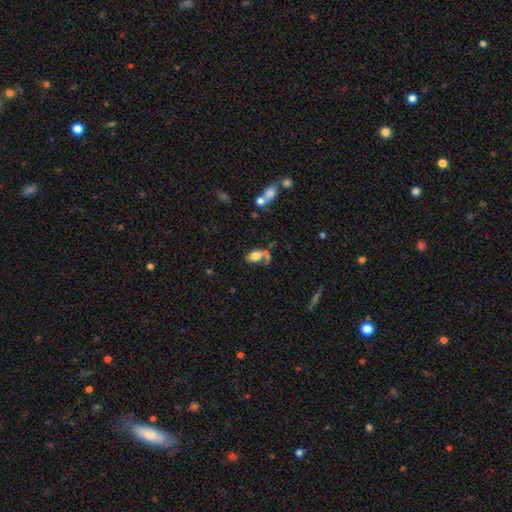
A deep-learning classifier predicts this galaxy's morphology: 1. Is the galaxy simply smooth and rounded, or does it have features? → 76% smooth, 14% featured or disk, 10% star or artifact.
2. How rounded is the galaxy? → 87% in between, 10% round, 2% cigar-shaped.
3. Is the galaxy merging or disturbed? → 42% none, 29% merger, 16% minor disturbance, 12% major disturbance.